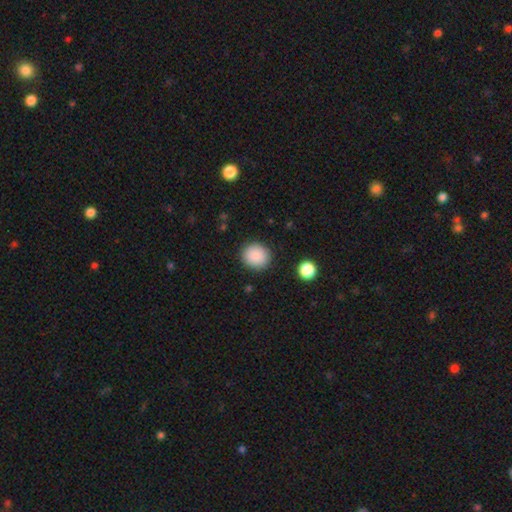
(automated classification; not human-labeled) Smooth or featured? Predicted: smooth (p=0.88). How rounded? Predicted: round (p=0.91). Merging? Predicted: none (p=0.90).